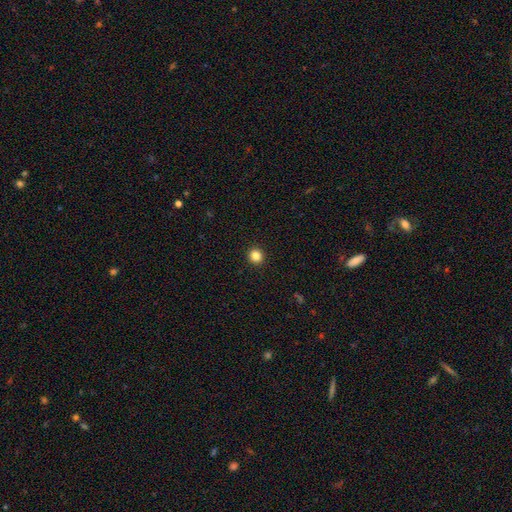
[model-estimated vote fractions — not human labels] This appears to be a smooth galaxy with no disk features (85%) that is round (93%). Merging: none (94%).